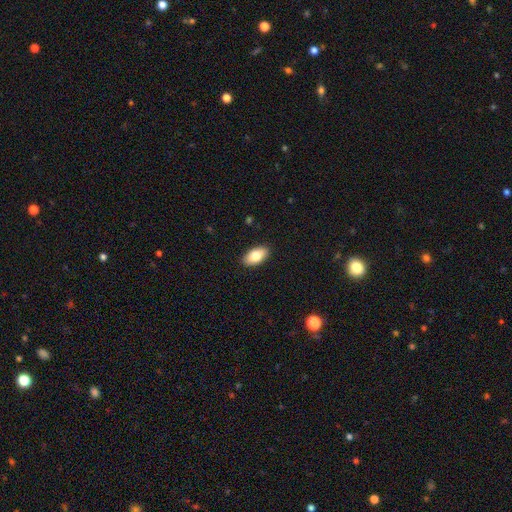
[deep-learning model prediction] A smooth galaxy with no disk features (79%) that is in between round and cigar-shaped (93%). Merging: none (89%).